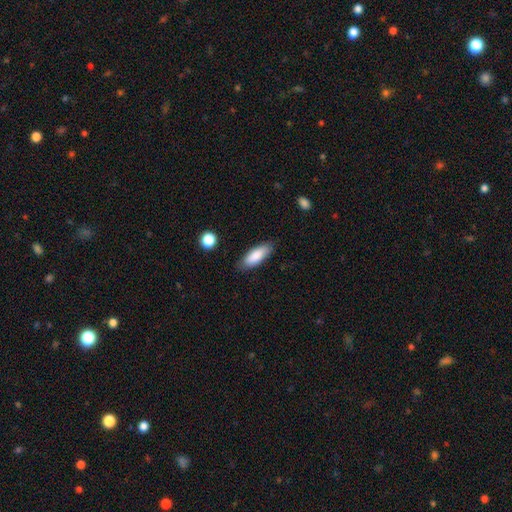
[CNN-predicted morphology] type=smooth (85%); roundness=in between (67%); merging=none (84%).